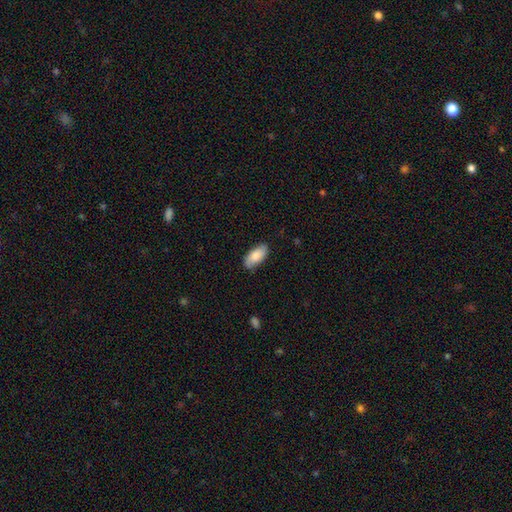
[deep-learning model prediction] Smooth or featured?
  - smooth: 79% *
  - featured or disk: 15%
  - star or artifact: 6%
How rounded?
  - in between: 91% *
  - cigar-shaped: 7%
  - round: 2%
Merging?
  - none: 81% *
  - minor disturbance: 15%
  - major disturbance: 3%
  - merger: 1%